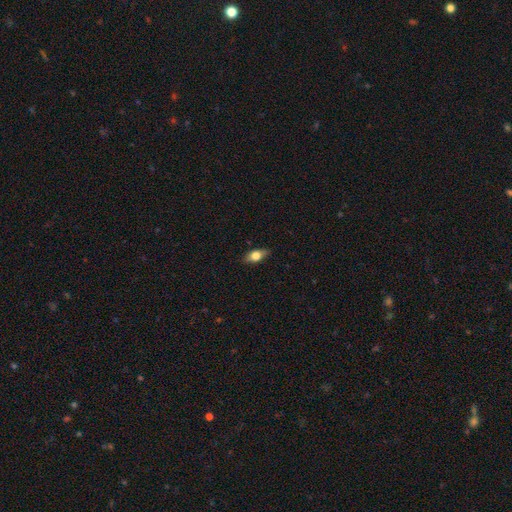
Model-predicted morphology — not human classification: The model was most divided on "smooth or featured": smooth: 60%, featured or disk: 32%, star or artifact: 7%. More confident: merging — none (84%); how rounded — in between (77%).